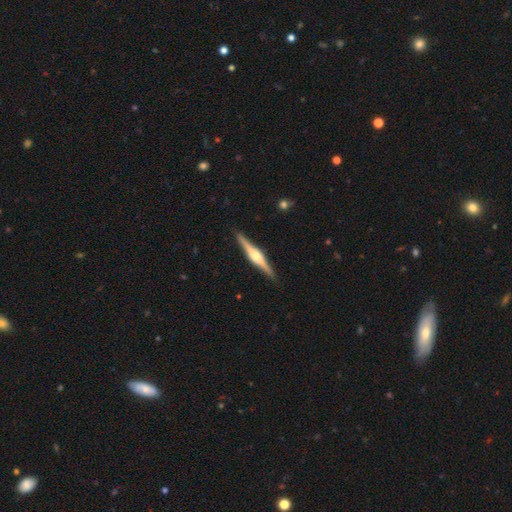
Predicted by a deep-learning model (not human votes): Smooth or featured?
  - featured or disk: 80% *
  - smooth: 15%
  - star or artifact: 5%
Edge-on disk?
  - yes: 98% *
  - no: 2%
Edge-on bulge?
  - rounded: 83% *
  - boxy: 14%
  - none: 3%
Merging?
  - none: 91% *
  - minor disturbance: 7%
  - major disturbance: 1%
  - merger: 1%